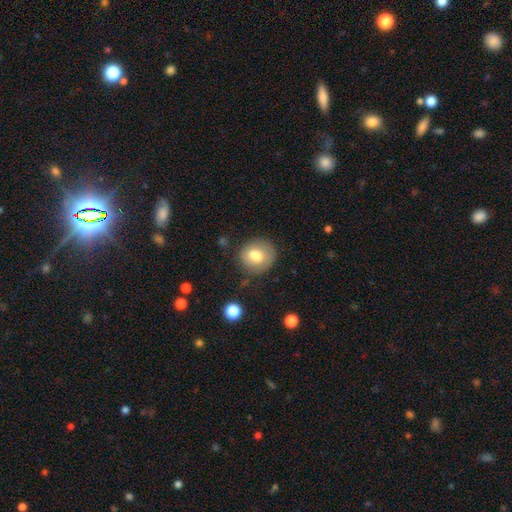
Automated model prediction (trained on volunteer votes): smooth_or_featured: smooth (p=0.73) [alt: featured or disk p=0.18]
how_rounded: round (p=0.75) [alt: in between p=0.24]
merging: none (p=0.67) [alt: minor disturbance p=0.18]